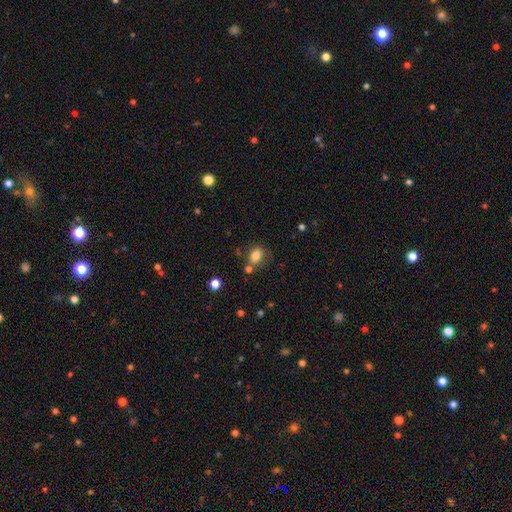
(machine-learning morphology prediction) smooth-or-featured: smooth: 81% | star or artifact: 11% | featured or disk: 8%
  how-rounded: in between: 63% | round: 35% | cigar-shaped: 1%
  merging: none: 67% | minor disturbance: 15% | merger: 14% | major disturbance: 5%